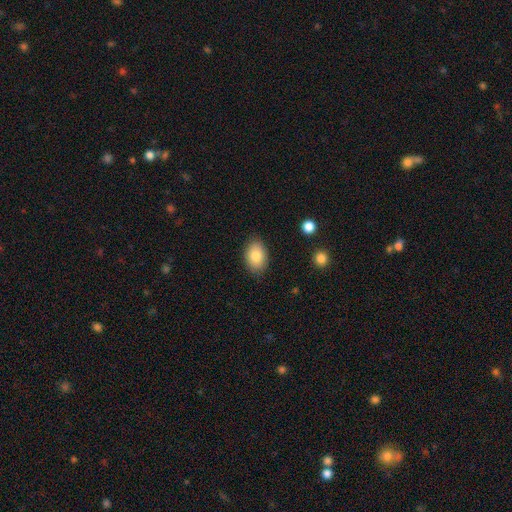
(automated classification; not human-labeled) Smooth or featured: smooth — 83% (featured or disk — 10%)
How rounded: in between — 85% (round — 13%)
Merging: none — 85% (minor disturbance — 11%)